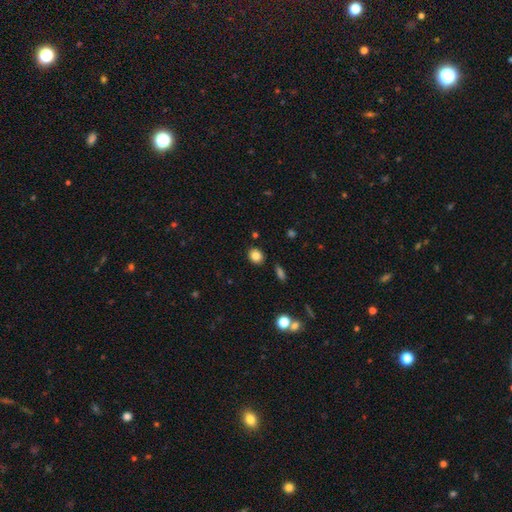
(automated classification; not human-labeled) smooth 84%, star or artifact 10%, featured or disk 6%. Down the decision tree: how rounded — round (62%); merging — none (87%).